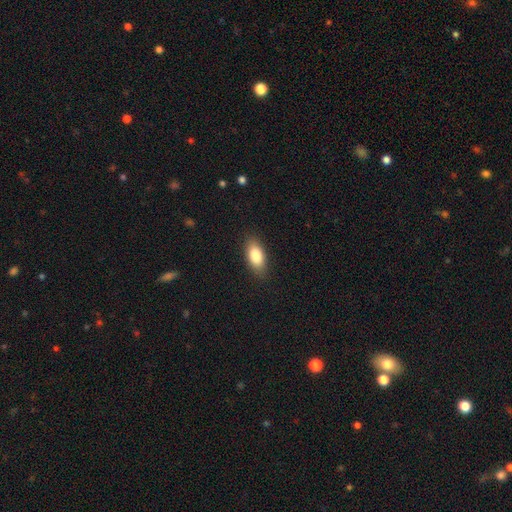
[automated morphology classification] This is clearly a smooth galaxy (83%). How rounded: clearly in between (88%). Merging: clearly none (86%).